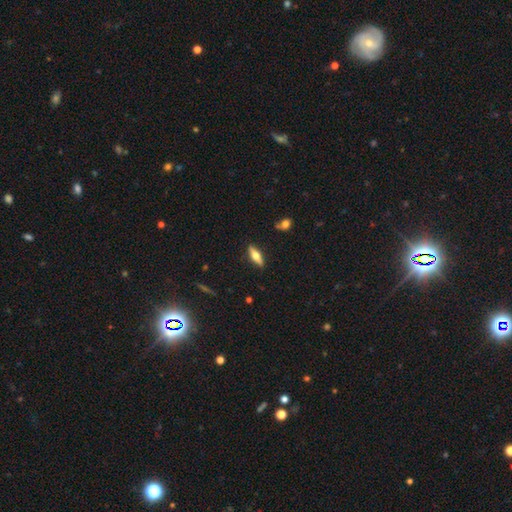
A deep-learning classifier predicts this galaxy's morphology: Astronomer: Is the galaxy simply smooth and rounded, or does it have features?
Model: featured or disk — 47% (runner-up: smooth, 46%).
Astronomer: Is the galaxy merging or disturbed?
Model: none — 88%.